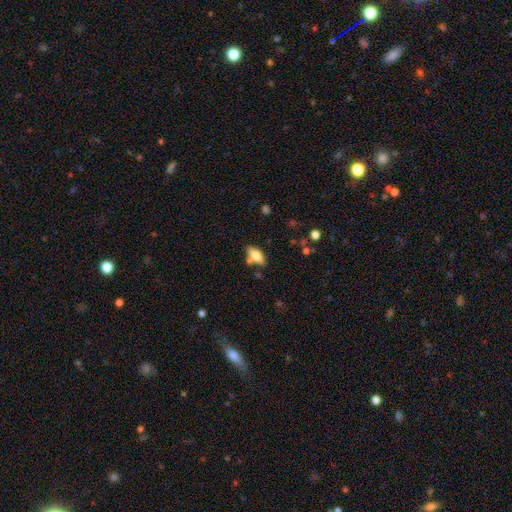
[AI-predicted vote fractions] The model was most divided on "smooth or featured": smooth: 73%, featured or disk: 20%, star or artifact: 7%. More confident: how rounded — in between (86%); merging — none (70%).